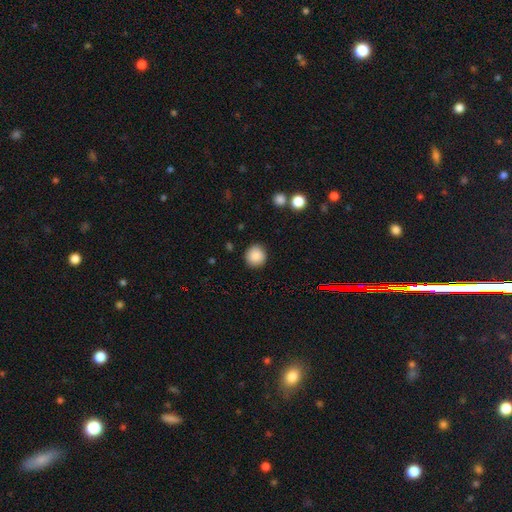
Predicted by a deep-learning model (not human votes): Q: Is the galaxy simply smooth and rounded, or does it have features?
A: smooth — 88%.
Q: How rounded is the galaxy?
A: round — 94%.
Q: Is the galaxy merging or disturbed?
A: none — 91%.